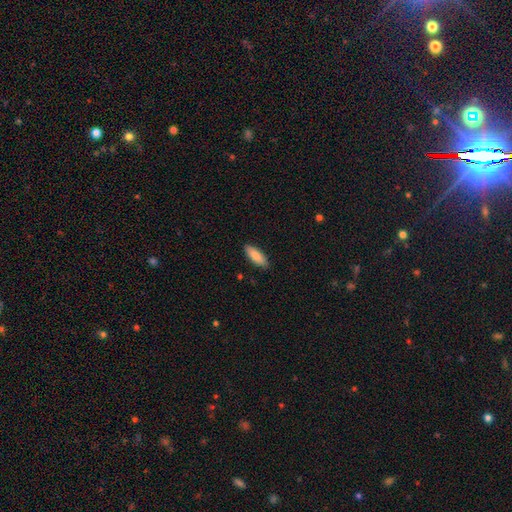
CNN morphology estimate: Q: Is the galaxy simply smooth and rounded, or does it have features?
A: smooth — 88%.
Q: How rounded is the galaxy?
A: in between — 66%.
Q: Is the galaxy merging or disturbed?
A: none — 88%.